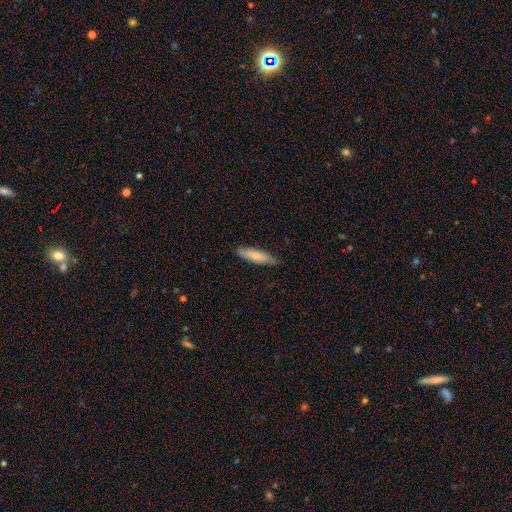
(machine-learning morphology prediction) This appears to be a smooth galaxy with no disk features (74%) that is cigar-shaped (67%). Merging: none (77%).